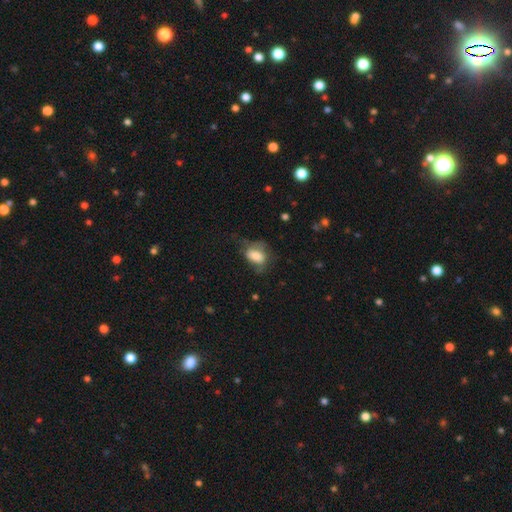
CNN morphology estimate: smooth 73%, featured or disk 19%, star or artifact 8%. Down the decision tree: how rounded — in between (83%); merging — none (38%).